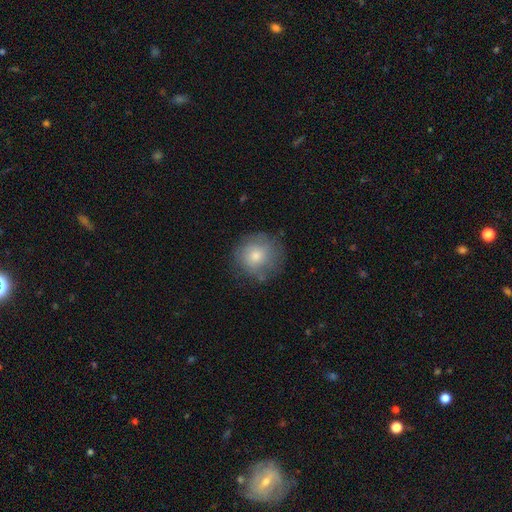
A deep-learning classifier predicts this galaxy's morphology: Smooth or featured: smooth — 75% (featured or disk — 17%)
How rounded: round — 91% (in between — 9%)
Merging: none — 74% (minor disturbance — 18%)